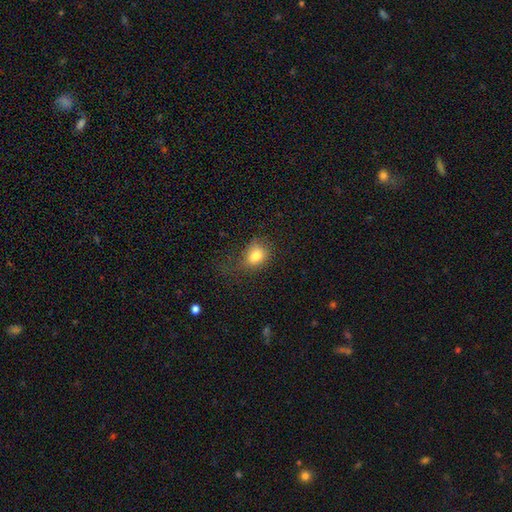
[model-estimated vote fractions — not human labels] Morphology: type=smooth (81%); roundness=in between (55%); merging=none (54%).